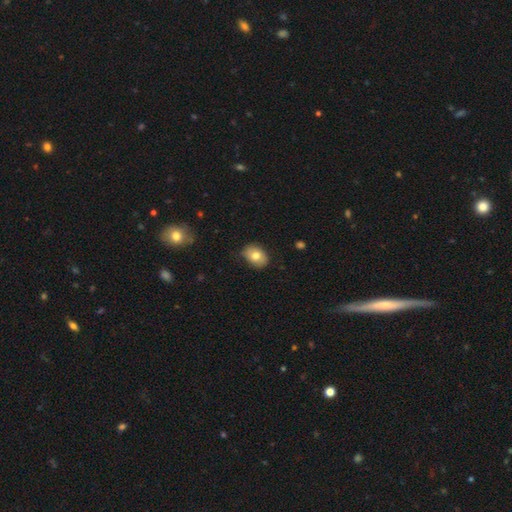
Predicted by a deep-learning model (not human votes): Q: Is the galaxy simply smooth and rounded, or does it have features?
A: smooth — 77%.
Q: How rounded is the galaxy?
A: in between — 73%.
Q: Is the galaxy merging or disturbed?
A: none — 76%.